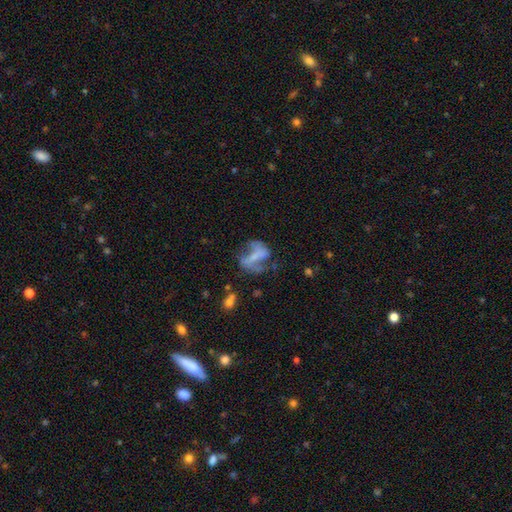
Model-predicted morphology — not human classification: This appears to be a featured or disk galaxy (65%) with no bar (36%), spiral arms (58%) and no central bulge (39%). Merging: none (44%).